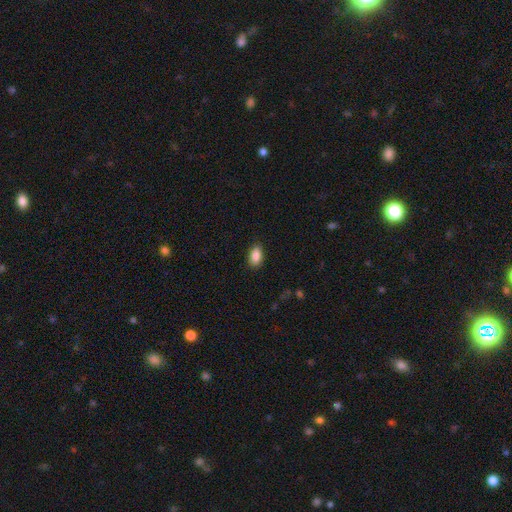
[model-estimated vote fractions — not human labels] smooth-or-featured: smooth: 88% | star or artifact: 8% | featured or disk: 4%
  how-rounded: in between: 92% | round: 6% | cigar-shaped: 2%
  merging: none: 87% | minor disturbance: 10% | major disturbance: 2% | merger: 1%